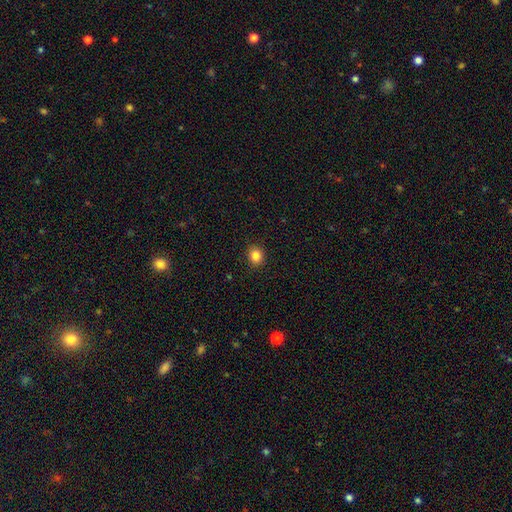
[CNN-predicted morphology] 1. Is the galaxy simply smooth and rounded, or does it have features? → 85% smooth, 11% star or artifact, 4% featured or disk.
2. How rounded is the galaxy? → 76% round, 23% in between, 1% cigar-shaped.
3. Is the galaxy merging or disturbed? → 91% none, 6% minor disturbance, 2% major disturbance, 1% merger.